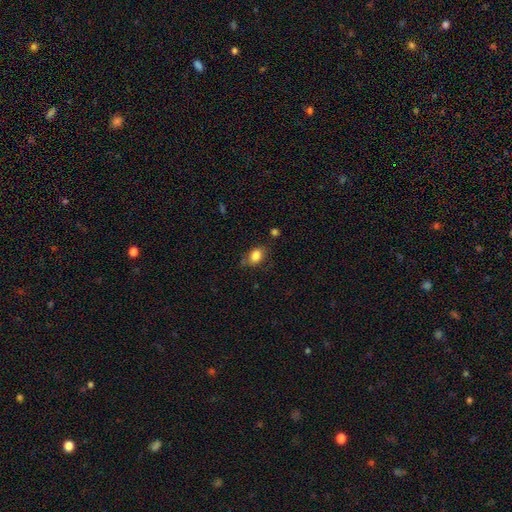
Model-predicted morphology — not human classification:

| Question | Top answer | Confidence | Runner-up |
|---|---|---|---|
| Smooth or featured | smooth | 84% | star or artifact (9%) |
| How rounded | in between | 77% | round (21%) |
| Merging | none | 72% | minor disturbance (20%) |